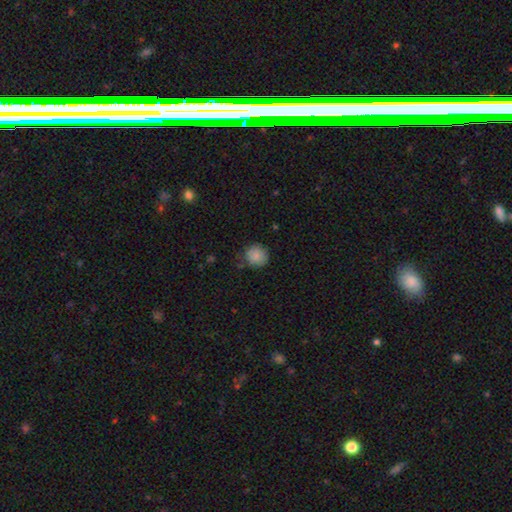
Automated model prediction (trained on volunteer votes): Smooth or featured: smooth — 86% (star or artifact — 8%)
How rounded: round — 90% (in between — 9%)
Merging: none — 78% (minor disturbance — 17%)